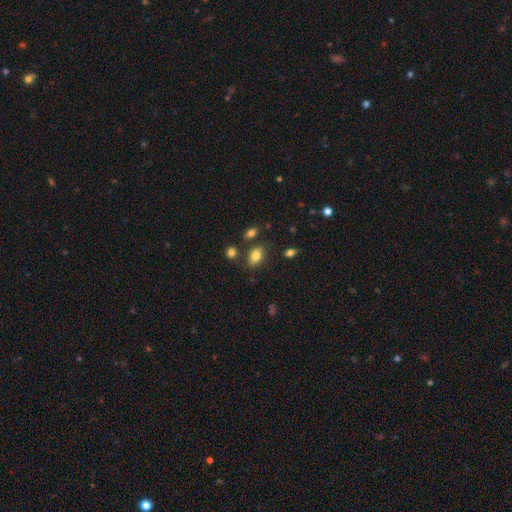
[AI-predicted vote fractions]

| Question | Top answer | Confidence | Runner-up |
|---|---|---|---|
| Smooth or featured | smooth | 81% | star or artifact (10%) |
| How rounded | in between | 82% | round (15%) |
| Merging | none | 76% | minor disturbance (14%) |